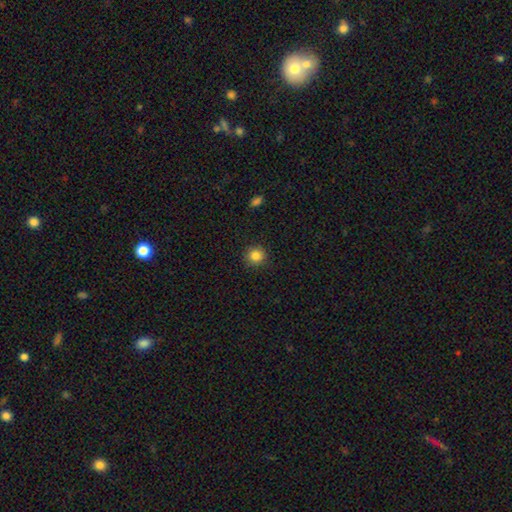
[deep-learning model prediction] Smooth or featured? smooth (84%)
How rounded? round (92%)
Merging? none (91%)